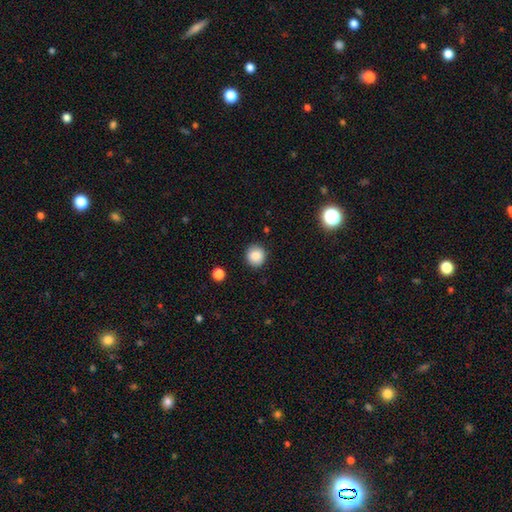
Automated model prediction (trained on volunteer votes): smooth-or-featured: smooth: 87% | star or artifact: 9% | featured or disk: 4%
  how-rounded: round: 90% | in between: 9% | cigar-shaped: 1%
  merging: none: 90% | minor disturbance: 7% | major disturbance: 2% | merger: 1%